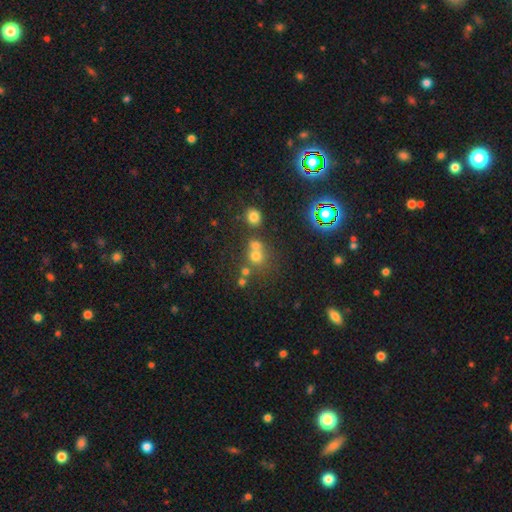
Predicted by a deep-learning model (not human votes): A star or artifact, not a galaxy (45%).

Vote fractions:
- Smooth or featured? star or artifact: 45% / smooth: 42% / featured or disk: 13%